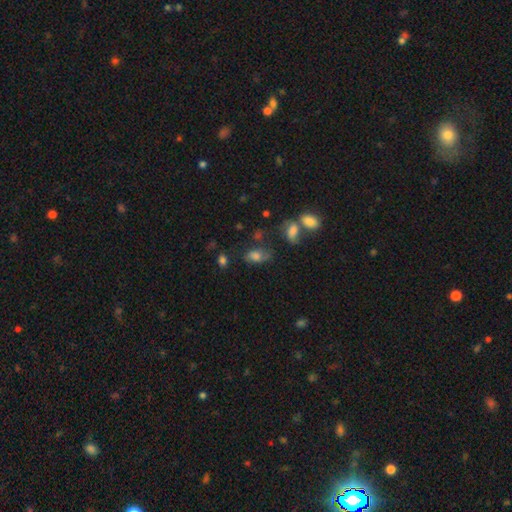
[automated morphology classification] This appears to be a smooth galaxy with no disk features (71%) that is in between round and cigar-shaped (85%). Merging: none (47%).